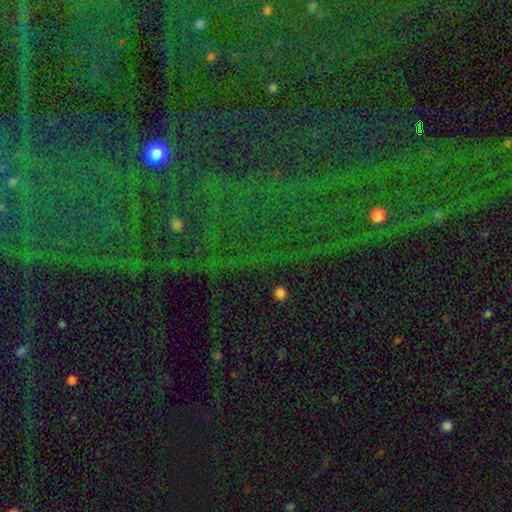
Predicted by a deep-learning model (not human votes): smooth-or-featured: star or artifact: 84% | smooth: 9% | featured or disk: 8%